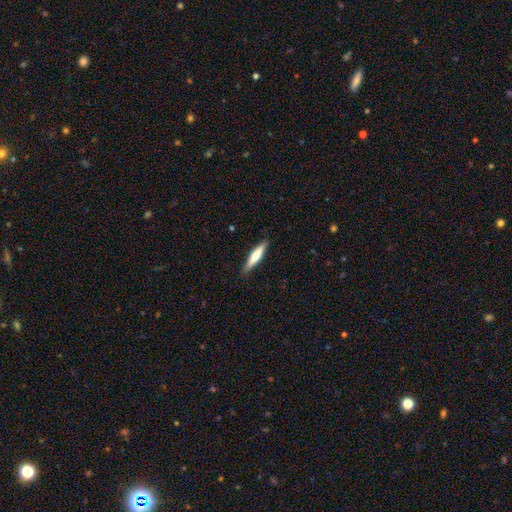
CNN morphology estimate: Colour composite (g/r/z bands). It shows a smooth galaxy with no disk features (54%) that is cigar-shaped (85%). Merging: none (89%).